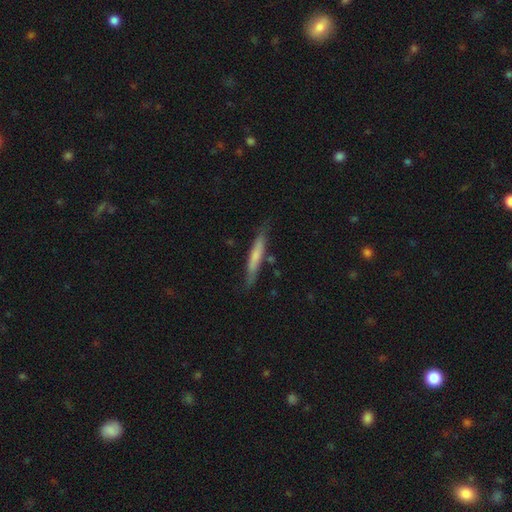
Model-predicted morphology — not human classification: Smooth or featured?
  - smooth: 61% *
  - featured or disk: 33%
  - star or artifact: 6%
How rounded?
  - cigar-shaped: 93% *
  - in between: 6%
  - round: 1%
Merging?
  - none: 77% *
  - minor disturbance: 16%
  - merger: 3%
  - major disturbance: 3%